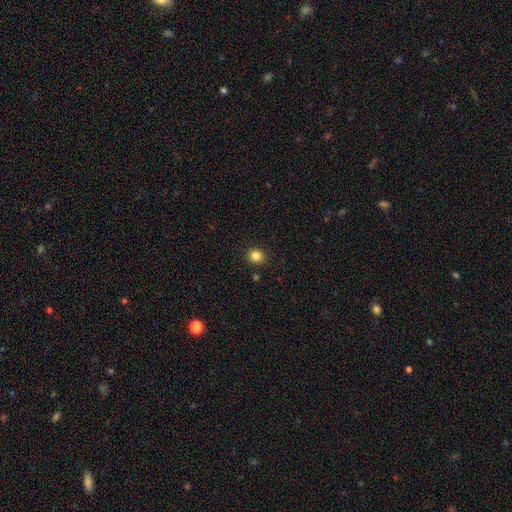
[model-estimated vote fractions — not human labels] This is clearly a smooth galaxy (83%). How rounded: clearly round (83%). Merging: clearly none (90%).